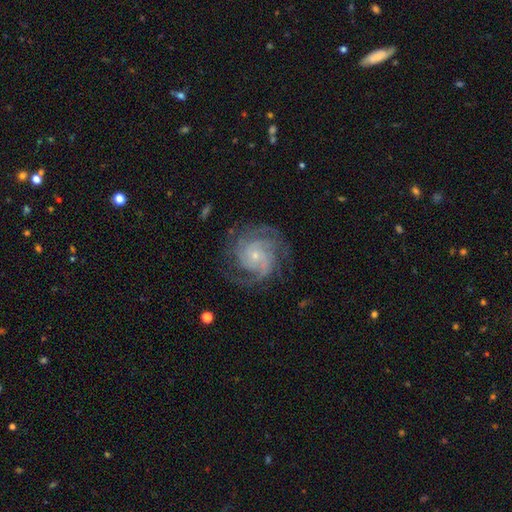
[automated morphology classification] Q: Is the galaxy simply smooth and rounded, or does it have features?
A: featured or disk — 89%.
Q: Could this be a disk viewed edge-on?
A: no — 98%.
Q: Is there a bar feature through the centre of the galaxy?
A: no — 73%.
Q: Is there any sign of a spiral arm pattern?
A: yes — 98%.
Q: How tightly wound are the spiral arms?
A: tight — 57%.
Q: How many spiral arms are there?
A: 3 — 34%.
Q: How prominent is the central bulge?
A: small — 79%.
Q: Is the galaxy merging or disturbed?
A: none — 75%.